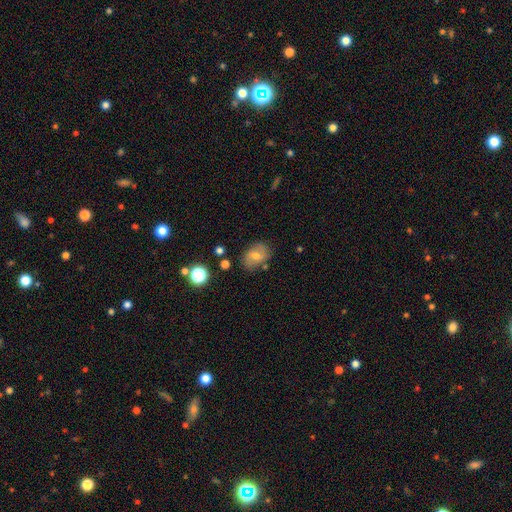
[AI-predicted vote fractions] This appears to be a smooth galaxy with no disk features (63%) that is in between round and cigar-shaped (73%). Merging: none (71%).